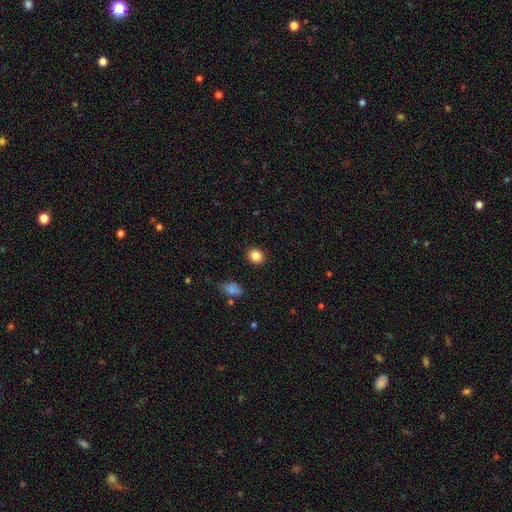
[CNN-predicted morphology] Q: Smooth or featured?
A: smooth (85%); runner-up: star or artifact (10%)
Q: How rounded?
A: round (72%); runner-up: in between (27%)
Q: Merging?
A: none (89%); runner-up: minor disturbance (7%)